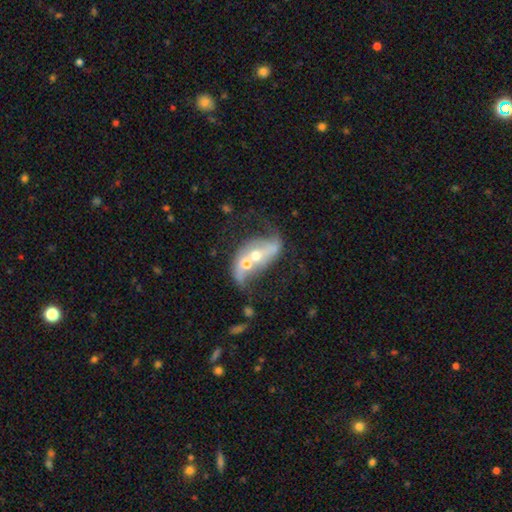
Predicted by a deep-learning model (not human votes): A featured or disk galaxy (74%) with no bar (57%), 2 (83%) loose (74%) spiral arms (74%) and a moderate central bulge (61%). Merging: merger (51%).